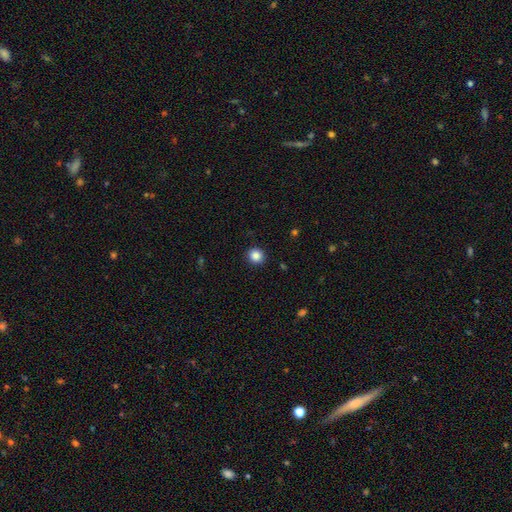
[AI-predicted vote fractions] This is clearly a smooth galaxy (86%). How rounded: clearly round (91%). Merging: clearly none (92%).